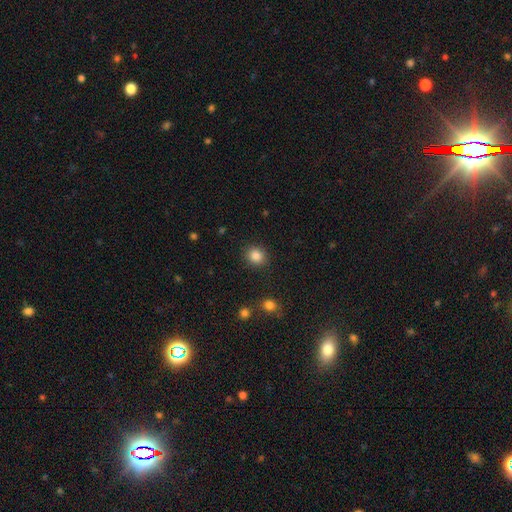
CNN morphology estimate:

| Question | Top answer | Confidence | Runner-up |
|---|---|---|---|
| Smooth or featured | smooth | 86% | star or artifact (10%) |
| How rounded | round | 82% | in between (18%) |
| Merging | none | 88% | minor disturbance (7%) |